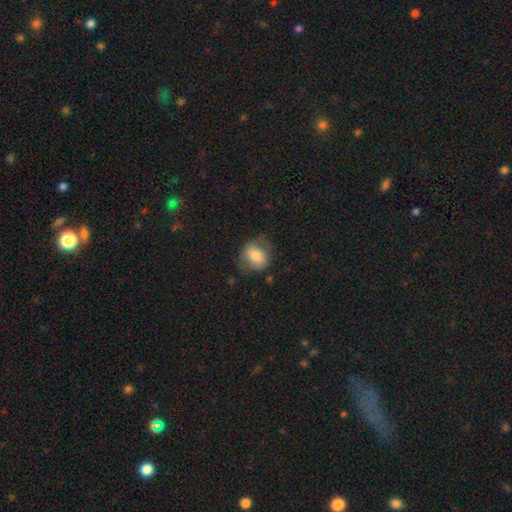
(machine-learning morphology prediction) Q: Smooth or featured?
A: smooth (72%); runner-up: featured or disk (21%)
Q: How rounded?
A: round (52%); runner-up: in between (47%)
Q: Merging?
A: none (61%); runner-up: minor disturbance (25%)